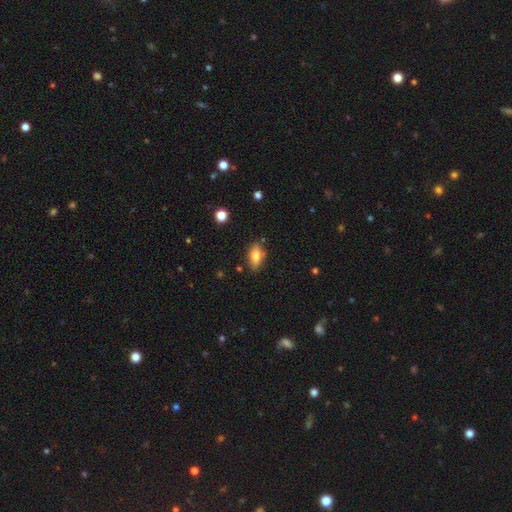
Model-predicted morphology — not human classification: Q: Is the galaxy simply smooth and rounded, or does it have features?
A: smooth — 75%.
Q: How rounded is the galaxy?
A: in between — 83%.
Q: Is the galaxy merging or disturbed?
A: none — 79%.